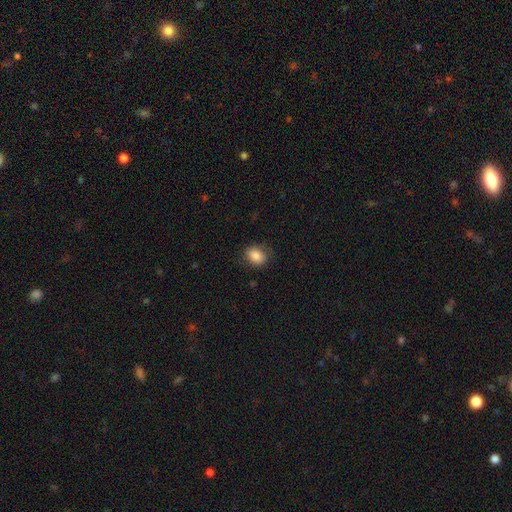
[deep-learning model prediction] Morphology: type=smooth (84%); roundness=in between (59%); merging=none (74%).